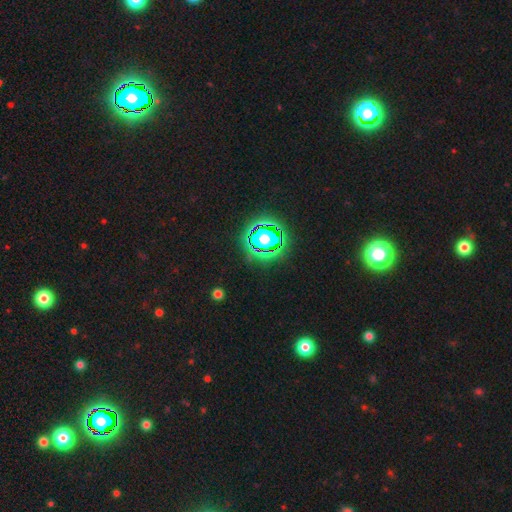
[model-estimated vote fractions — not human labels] smooth-or-featured: star or artifact: 80% | smooth: 13% | featured or disk: 7%